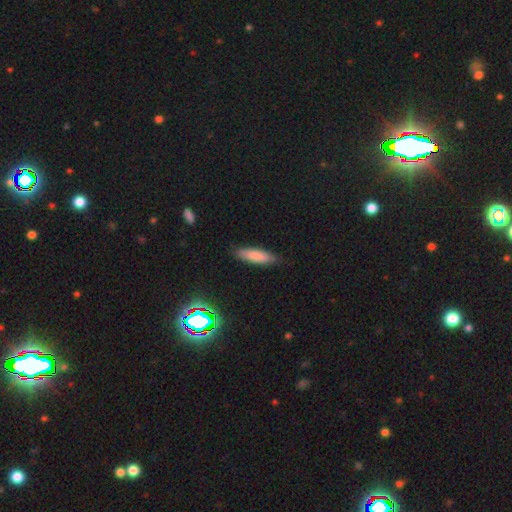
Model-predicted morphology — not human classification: type=smooth (81%); roundness=cigar-shaped (59%); merging=none (83%).